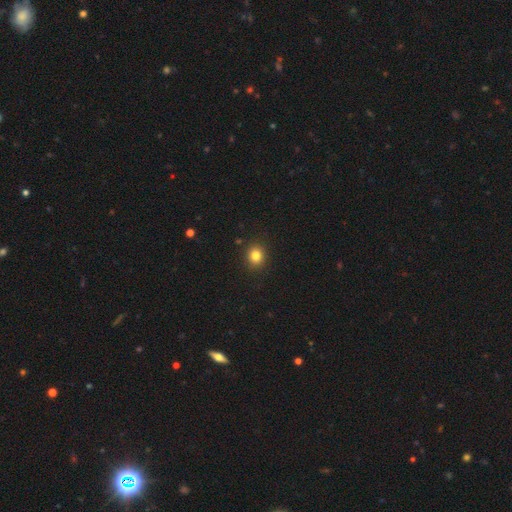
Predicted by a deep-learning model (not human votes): Smooth or featured? smooth (82%)
How rounded? round (74%)
Merging? none (90%)